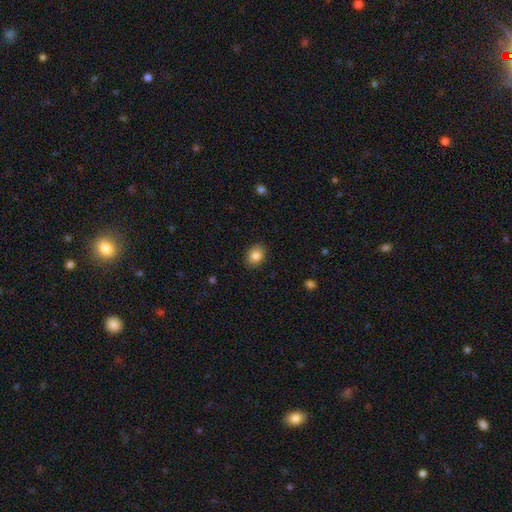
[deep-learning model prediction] Morphology: type=smooth (85%); roundness=in between (58%); merging=none (88%).